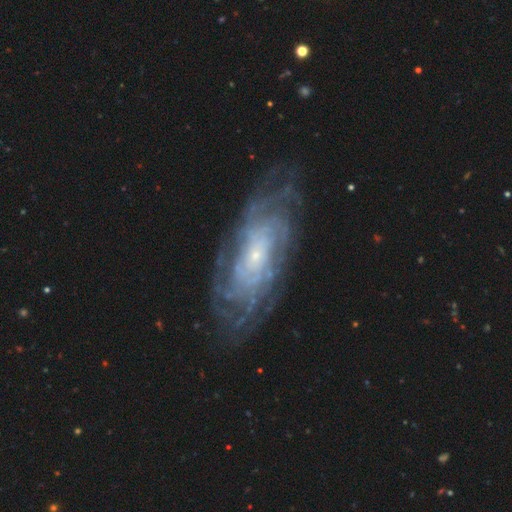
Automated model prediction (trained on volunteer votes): A featured or disk galaxy (86%) with no bar (73%), tight (77%) spiral arms (96%) and a small central bulge (81%). Merging: none (79%).